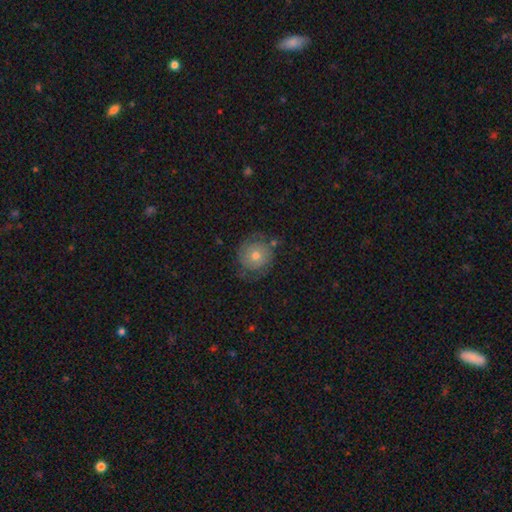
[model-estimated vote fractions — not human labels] This appears to be a smooth galaxy with no disk features (47%). Merging: none (72%).